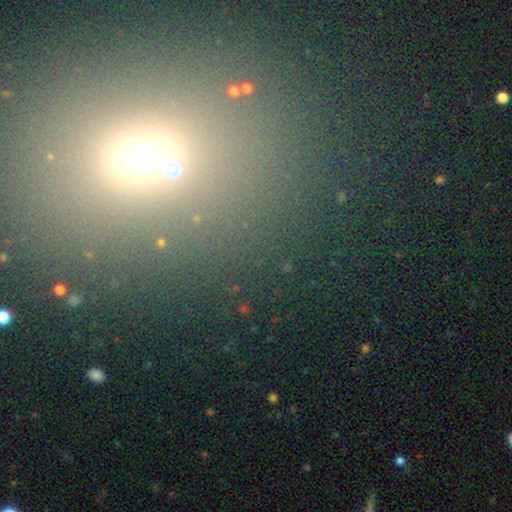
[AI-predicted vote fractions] smooth_or_featured: star or artifact (p=0.49) [alt: smooth p=0.40]